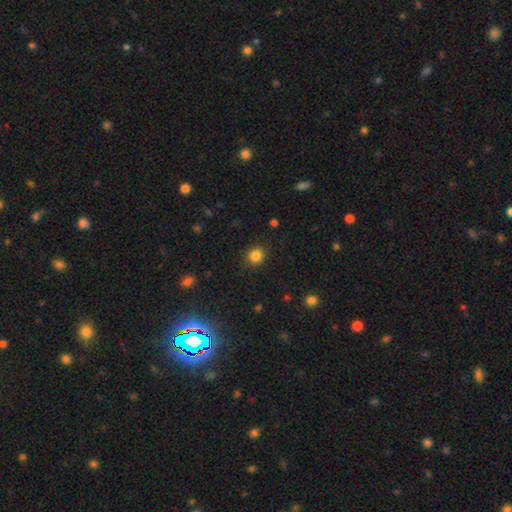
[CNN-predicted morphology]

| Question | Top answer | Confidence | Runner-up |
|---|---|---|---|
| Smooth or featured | smooth | 83% | star or artifact (12%) |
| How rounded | round | 90% | in between (9%) |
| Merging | none | 90% | minor disturbance (7%) |